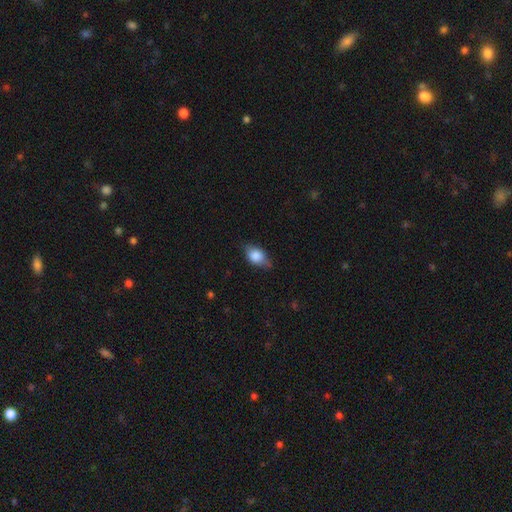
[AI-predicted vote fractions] The model was most divided on "merging": none: 67%, minor disturbance: 26%, major disturbance: 6%, merger: 1%. More confident: how rounded — in between (79%); smooth or featured — smooth (75%).